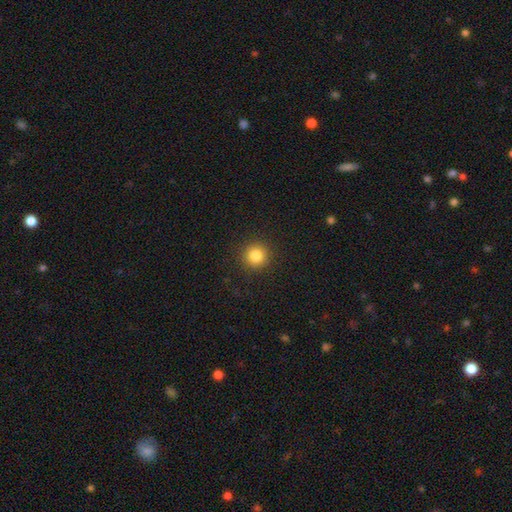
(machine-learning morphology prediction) This appears to be a smooth galaxy with no disk features (84%) that is round (94%). Merging: none (91%).